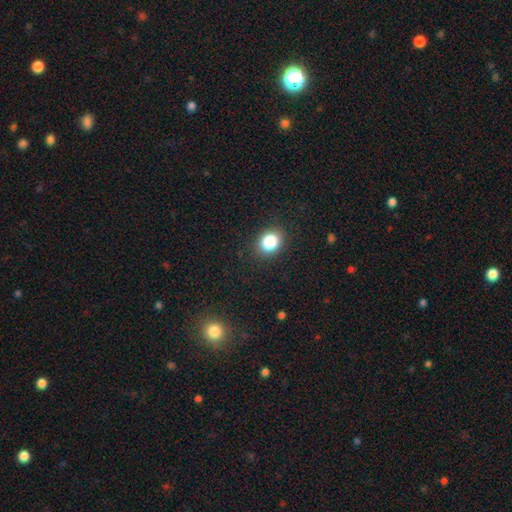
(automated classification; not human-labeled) Smooth or featured: smooth — 64% (star or artifact — 31%)
How rounded: round — 79% (in between — 20%)
Merging: none — 90% (minor disturbance — 6%)